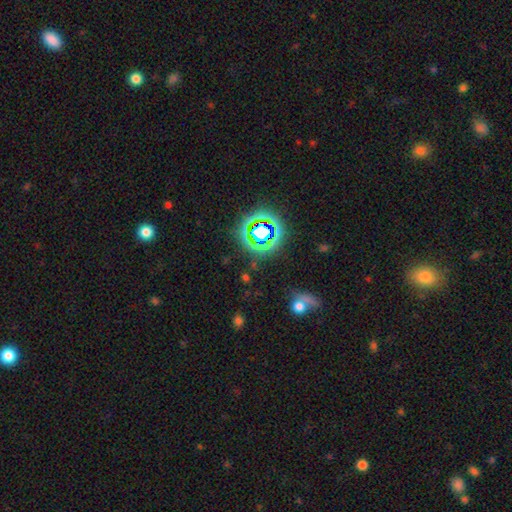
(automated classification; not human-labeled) Smooth or featured? star or artifact (73%)